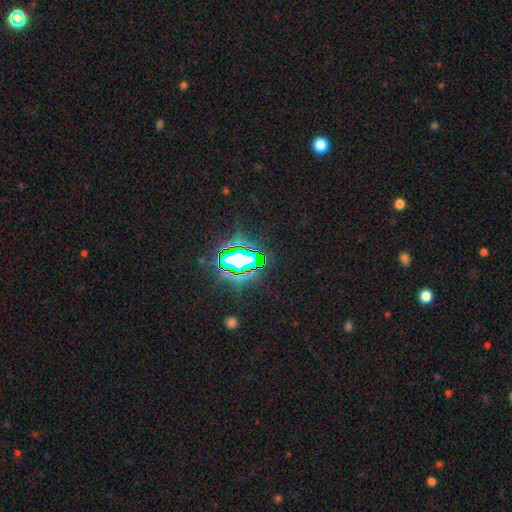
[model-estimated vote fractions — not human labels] Smooth or featured?
  - star or artifact: 84% *
  - smooth: 10%
  - featured or disk: 7%